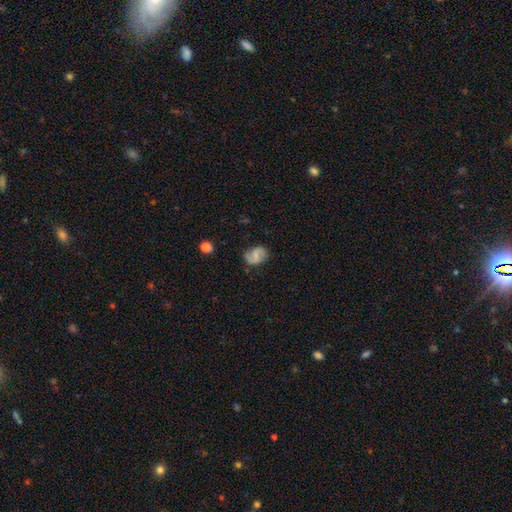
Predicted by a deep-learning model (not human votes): This appears to be a featured or disk galaxy (51%). Merging: none (73%).